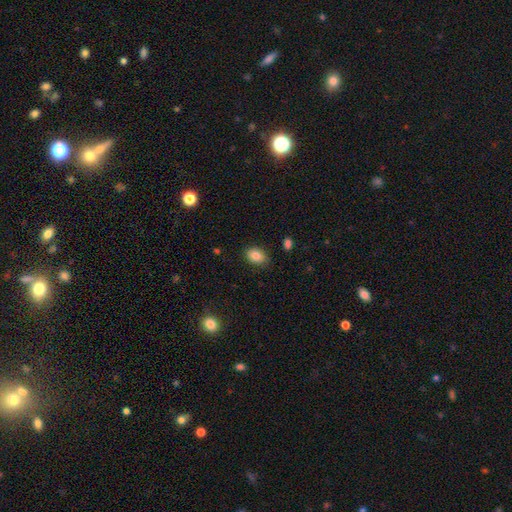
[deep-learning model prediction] A smooth galaxy with no disk features (84%) that is in between round and cigar-shaped (77%). Merging: none (85%).